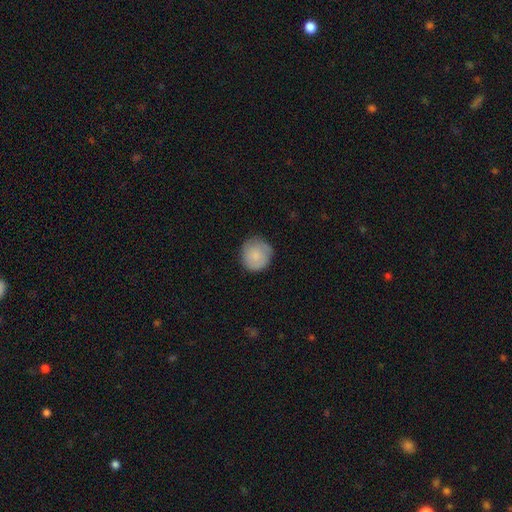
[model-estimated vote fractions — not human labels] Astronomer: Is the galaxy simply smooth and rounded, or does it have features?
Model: smooth — 81%.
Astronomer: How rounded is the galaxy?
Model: round — 92%.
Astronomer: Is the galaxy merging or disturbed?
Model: none — 77%.